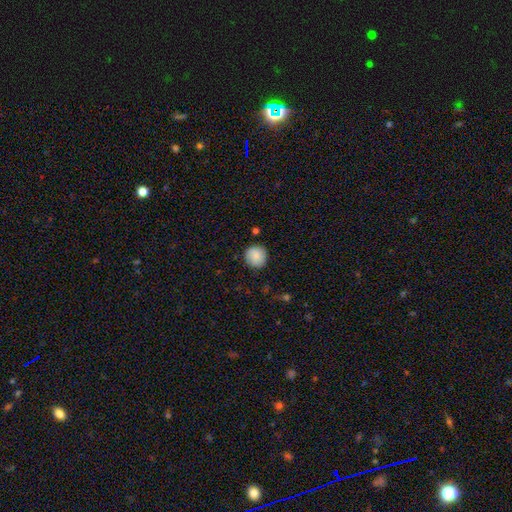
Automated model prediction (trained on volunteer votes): A smooth galaxy with no disk features (85%) that is round (93%).

Vote fractions:
- Smooth or featured? smooth: 85% / featured or disk: 8% / star or artifact: 7%
- How rounded? round: 93% / in between: 6% / cigar-shaped: 1%
- Merging? none: 87% / minor disturbance: 9% / major disturbance: 2% / merger: 1%